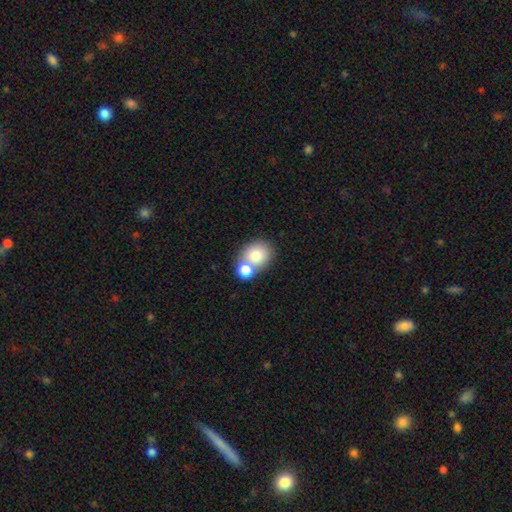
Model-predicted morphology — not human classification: This appears to be a smooth galaxy with no disk features (78%) that is round (65%). Merging: merger (48%).